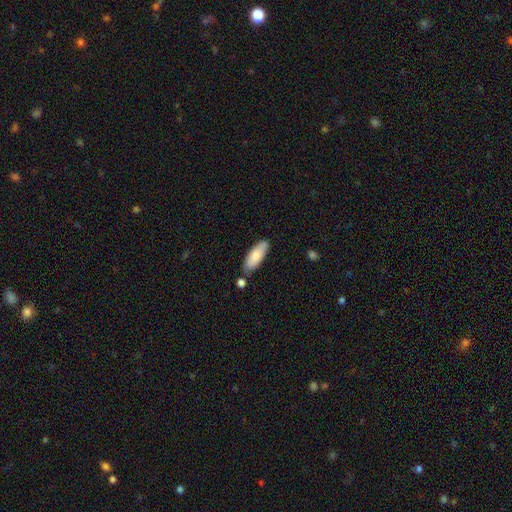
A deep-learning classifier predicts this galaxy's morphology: Q: Smooth or featured?
A: smooth (80%); runner-up: featured or disk (14%)
Q: How rounded?
A: in between (66%); runner-up: cigar-shaped (32%)
Q: Merging?
A: none (76%); runner-up: minor disturbance (15%)